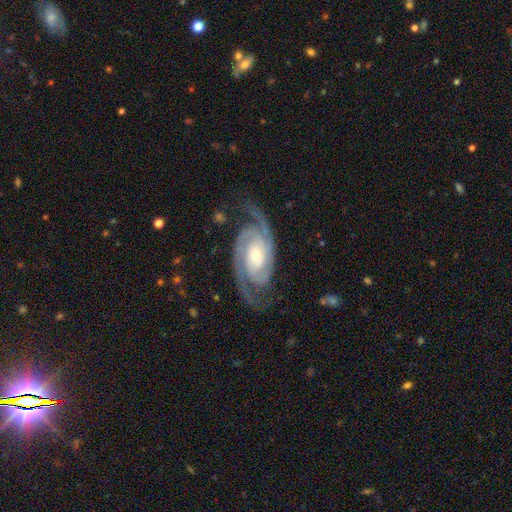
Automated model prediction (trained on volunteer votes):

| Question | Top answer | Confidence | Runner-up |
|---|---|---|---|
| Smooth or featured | featured or disk | 93% | star or artifact (4%) |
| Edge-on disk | no | 97% | yes (3%) |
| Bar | no | 58% | weak (26%) |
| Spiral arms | yes | 98% | no (2%) |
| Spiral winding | tight | 56% | medium (37%) |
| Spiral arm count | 2 | 89% | 3 (4%) |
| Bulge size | small | 53% | moderate (41%) |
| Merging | none | 79% | minor disturbance (14%) |